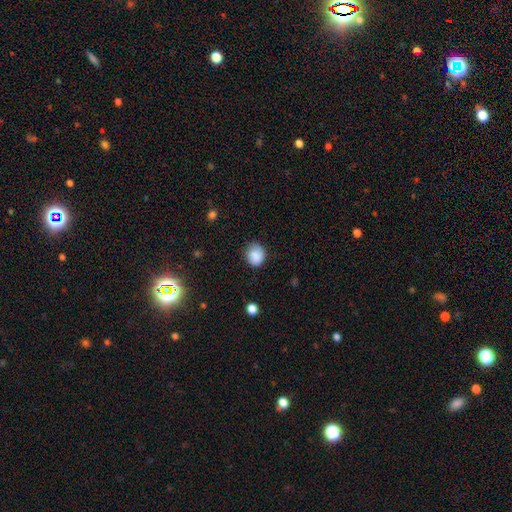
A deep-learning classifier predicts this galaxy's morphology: This is clearly a smooth galaxy (86%). How rounded: likely round (73%). Merging: likely none (73%).